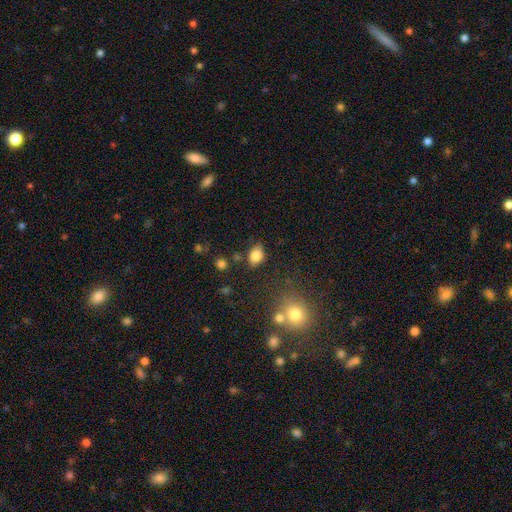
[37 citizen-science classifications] Smooth or featured: smooth — 86% (featured or disk — 11%)
How rounded: in between — 84% (round — 16%)
Merging: none — 67% (minor disturbance — 28%)